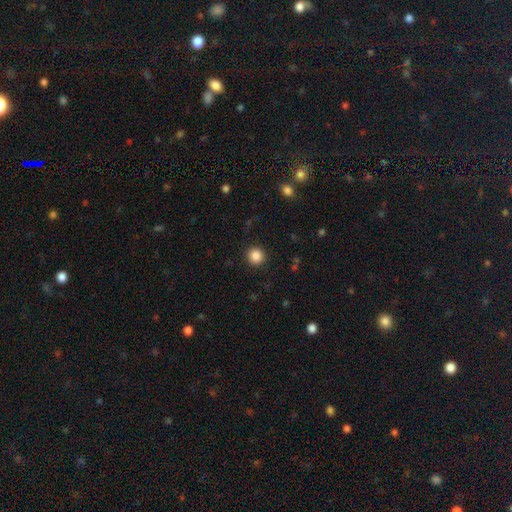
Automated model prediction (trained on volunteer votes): Morphology: type=smooth (87%); roundness=round (93%); merging=none (91%).